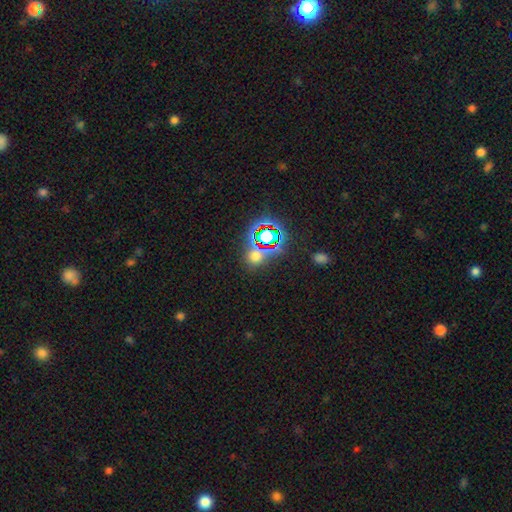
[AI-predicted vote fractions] Overall: star or artifact (46%, tied with smooth).